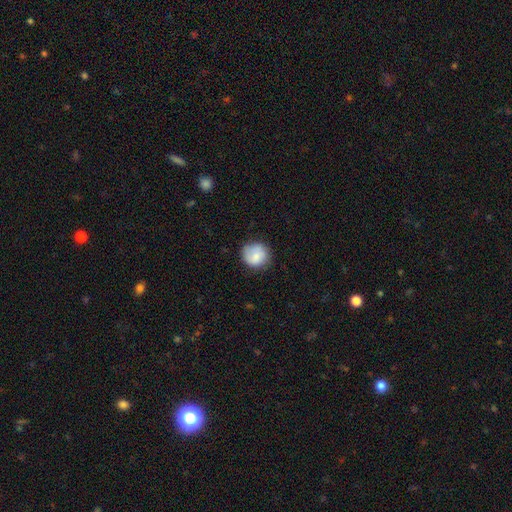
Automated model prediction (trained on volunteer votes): smooth_or_featured: smooth (p=0.81) [alt: featured or disk p=0.12]
how_rounded: round (p=0.88) [alt: in between p=0.12]
merging: none (p=0.75) [alt: minor disturbance p=0.19]